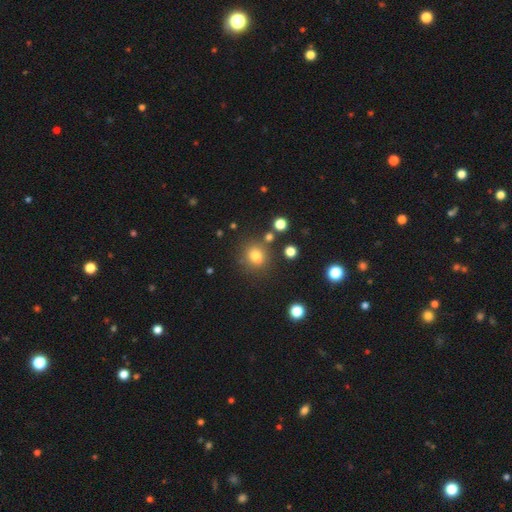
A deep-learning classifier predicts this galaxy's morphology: Q: Smooth or featured?
A: smooth (75%); runner-up: star or artifact (16%)
Q: How rounded?
A: round (81%); runner-up: in between (18%)
Q: Merging?
A: none (75%); runner-up: minor disturbance (12%)